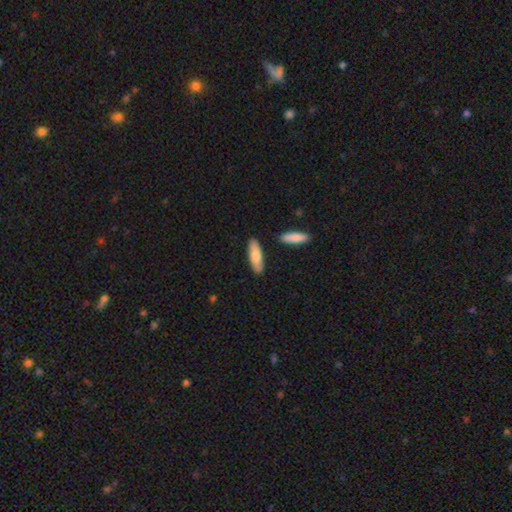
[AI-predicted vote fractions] A smooth galaxy with no disk features (78%) that is cigar-shaped (49%, tied with in between). Merging: none (84%).